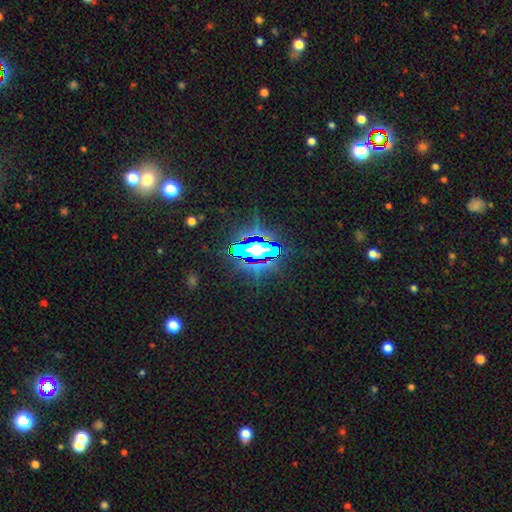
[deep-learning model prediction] star or artifact 67%, smooth 18%, featured or disk 16%.